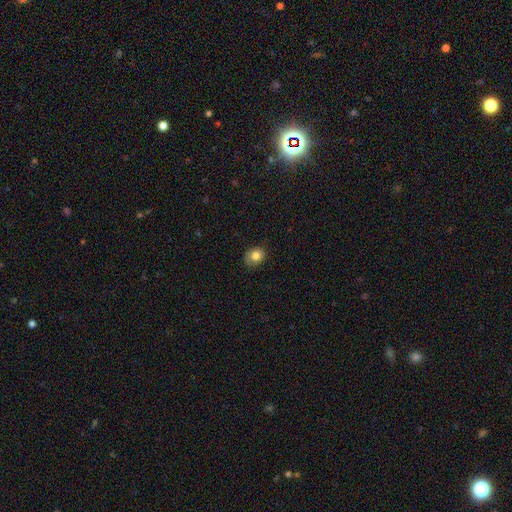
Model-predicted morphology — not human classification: smooth-or-featured: smooth: 81% | star or artifact: 10% | featured or disk: 9%
  how-rounded: round: 54% | in between: 45% | cigar-shaped: 1%
  merging: none: 77% | minor disturbance: 19% | major disturbance: 3% | merger: 1%